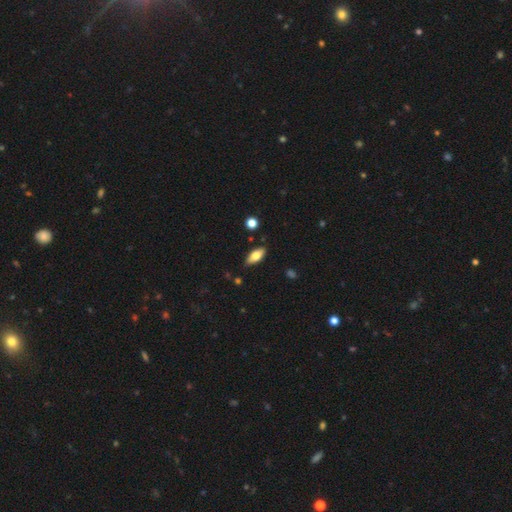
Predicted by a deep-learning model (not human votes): Smooth or featured? Predicted: smooth (p=0.71). How rounded? Predicted: in between (p=0.82). Merging? Predicted: none (p=0.85).